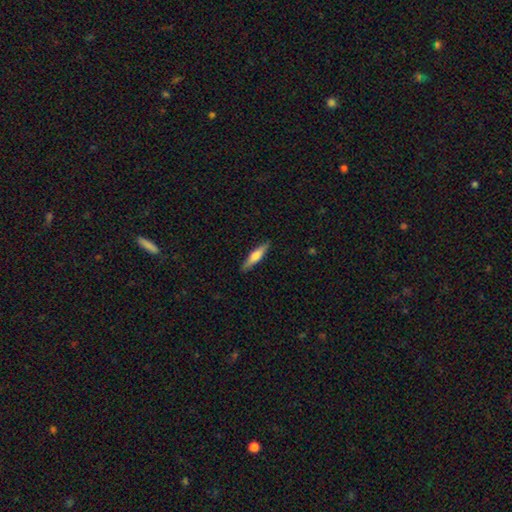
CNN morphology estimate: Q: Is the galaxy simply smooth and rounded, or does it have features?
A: smooth — 58%.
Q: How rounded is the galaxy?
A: cigar-shaped — 82%.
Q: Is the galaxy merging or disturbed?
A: none — 89%.